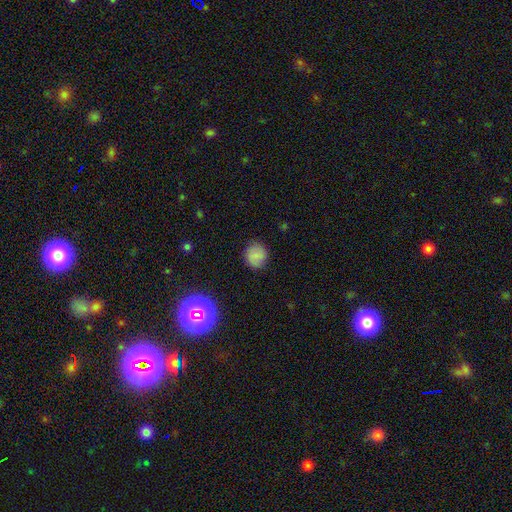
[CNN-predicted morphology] A smooth galaxy with no disk features (78%) that is round (88%).

Vote fractions:
- Smooth or featured? smooth: 78% / star or artifact: 12% / featured or disk: 10%
- How rounded? round: 88% / in between: 11% / cigar-shaped: 1%
- Merging? none: 85% / minor disturbance: 11% / major disturbance: 3% / merger: 1%